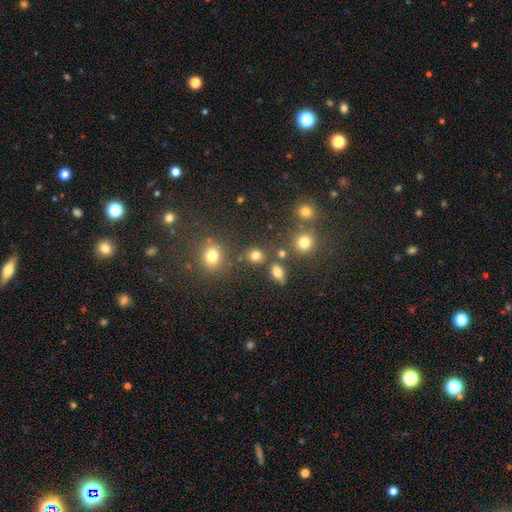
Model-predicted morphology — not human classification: Smooth or featured: smooth — 76% (star or artifact — 17%)
How rounded: round — 71% (in between — 27%)
Merging: none — 74% (merger — 11%)